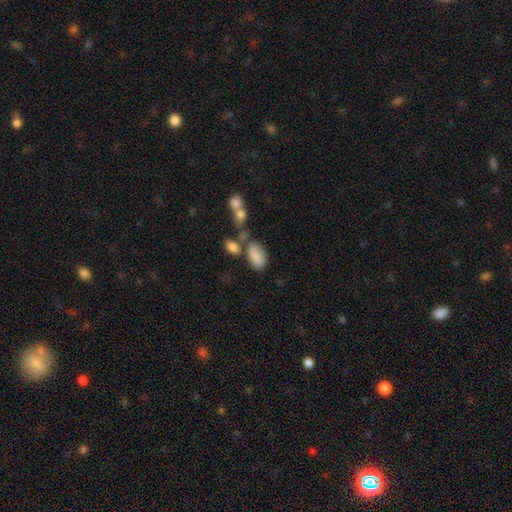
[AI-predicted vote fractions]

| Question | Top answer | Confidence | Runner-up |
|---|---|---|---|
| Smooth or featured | smooth | 84% | featured or disk (8%) |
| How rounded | in between | 93% | round (5%) |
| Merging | none | 53% | merger (23%) |